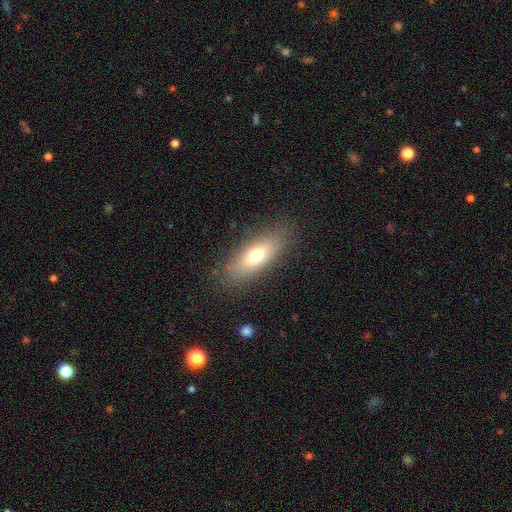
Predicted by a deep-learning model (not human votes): Smooth or featured? Predicted: smooth (p=0.66). How rounded? Predicted: in between (p=0.63). Merging? Predicted: none (p=0.85).